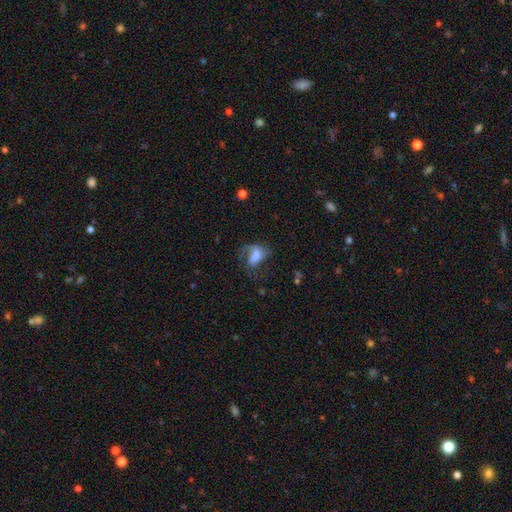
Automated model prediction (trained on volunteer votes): smooth-or-featured: smooth: 46% | featured or disk: 44% | star or artifact: 10%
  merging: major disturbance: 42% | none: 34% | minor disturbance: 21% | merger: 3%